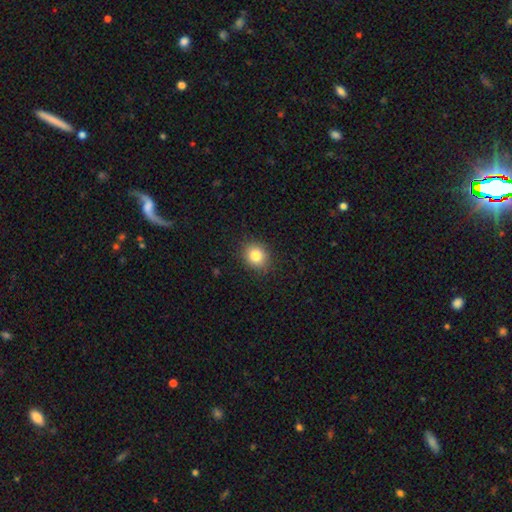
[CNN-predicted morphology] Smooth or featured? smooth (82%)
How rounded? round (69%)
Merging? none (88%)